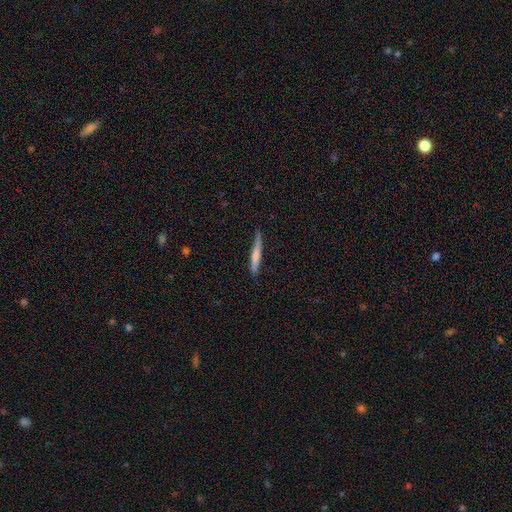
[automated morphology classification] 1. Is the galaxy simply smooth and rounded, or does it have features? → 62% smooth, 33% featured or disk, 5% star or artifact.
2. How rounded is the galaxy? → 95% cigar-shaped, 4% in between, 1% round.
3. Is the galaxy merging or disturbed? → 71% none, 23% minor disturbance, 4% major disturbance, 2% merger.